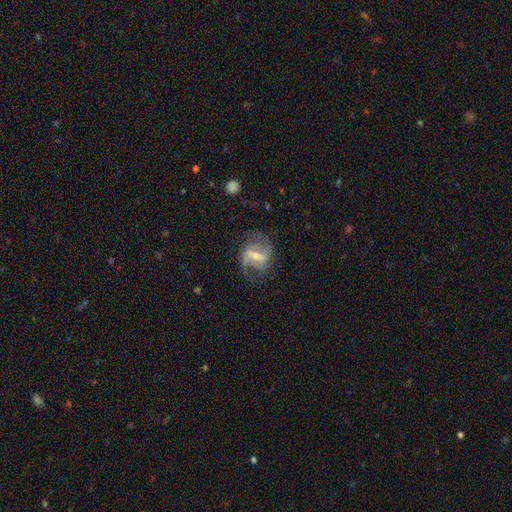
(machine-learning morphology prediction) The model was most divided on "spiral winding": loose: 45%, medium: 44%, tight: 11%. Remaining: edge-on disk — no (97%); spiral arms — yes (94%); spiral arm count — 2 (85%); smooth or featured — featured or disk (84%); merging — none (68%); bulge size — moderate (49%); bar — strong (46%).